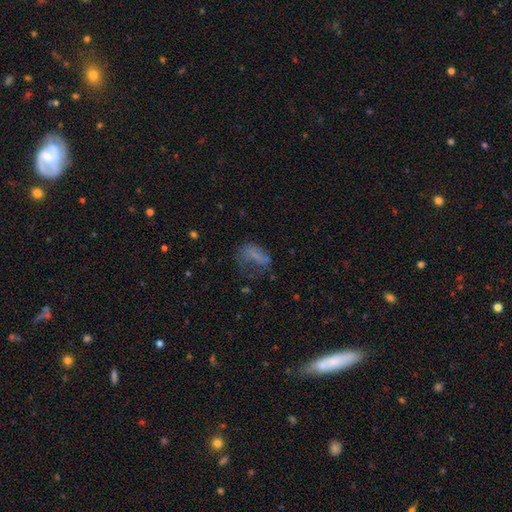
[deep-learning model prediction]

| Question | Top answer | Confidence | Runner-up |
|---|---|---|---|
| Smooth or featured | smooth | 55% | featured or disk (26%) |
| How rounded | in between | 79% | round (13%) |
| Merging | major disturbance | 42% | none (32%) |